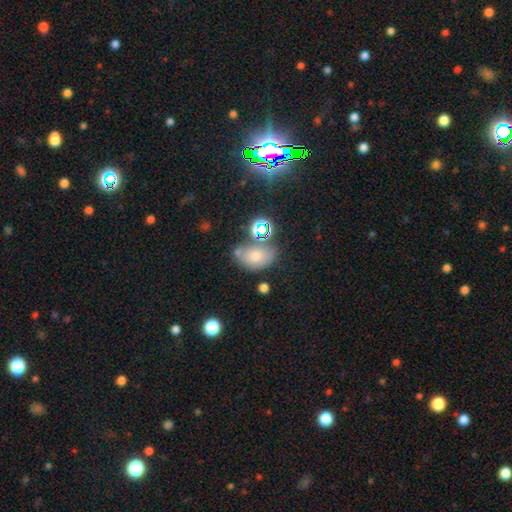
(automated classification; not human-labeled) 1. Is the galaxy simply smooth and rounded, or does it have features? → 51% smooth, 30% star or artifact, 19% featured or disk.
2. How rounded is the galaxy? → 71% in between, 27% round, 1% cigar-shaped.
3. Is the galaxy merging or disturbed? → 59% none, 18% minor disturbance, 16% merger, 7% major disturbance.